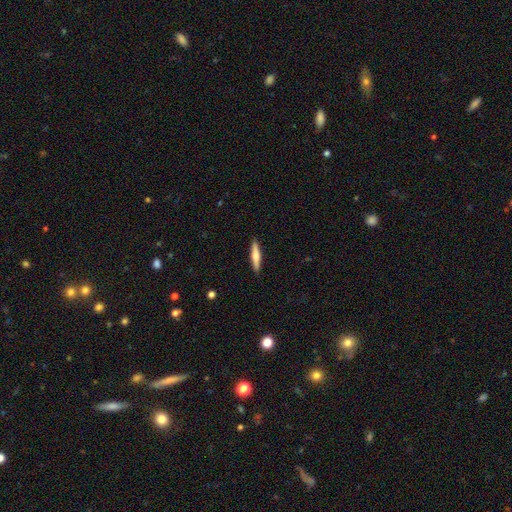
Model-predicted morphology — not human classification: The model was most divided on "smooth or featured": smooth: 57%, featured or disk: 38%, star or artifact: 5%. More confident: merging — none (91%); how rounded — cigar-shaped (87%).